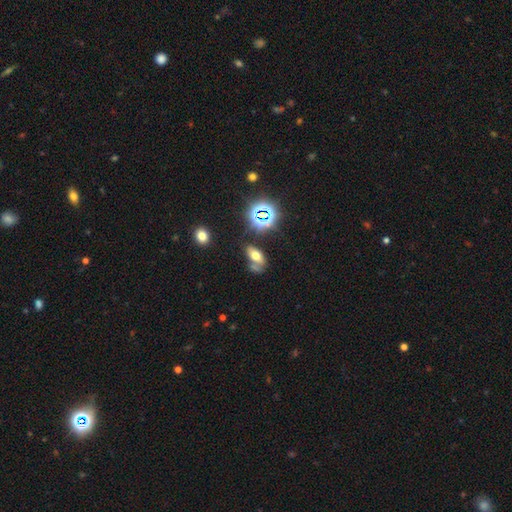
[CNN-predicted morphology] type=smooth (56%); roundness=in between (87%); merging=none (46%).